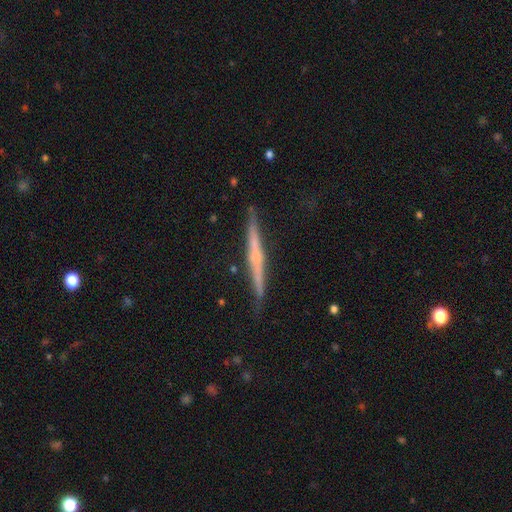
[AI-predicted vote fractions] Smooth or featured: featured or disk — 68% (smooth — 26%)
Edge-on disk: yes — 98% (no — 2%)
Edge-on bulge: none — 50% (rounded — 38%)
Merging: none — 87% (minor disturbance — 10%)